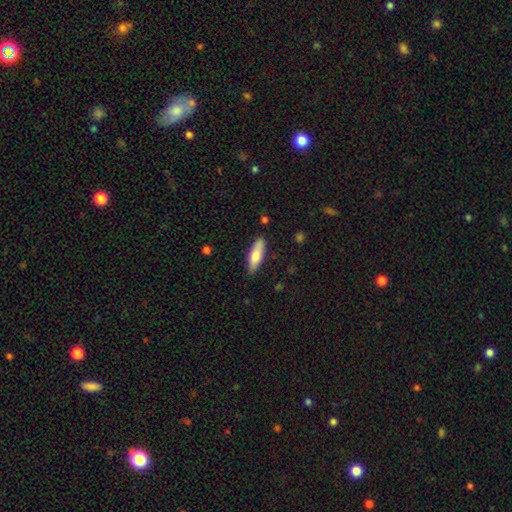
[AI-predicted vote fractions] smooth-or-featured: smooth: 72% | featured or disk: 22% | star or artifact: 6%
  how-rounded: cigar-shaped: 51% | in between: 47% | round: 2%
  merging: none: 86% | minor disturbance: 11% | major disturbance: 2% | merger: 1%